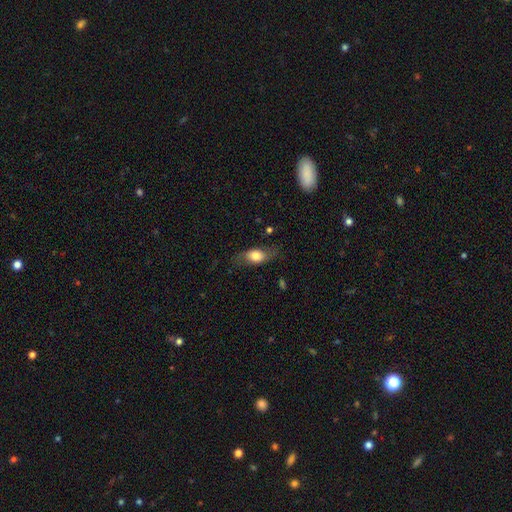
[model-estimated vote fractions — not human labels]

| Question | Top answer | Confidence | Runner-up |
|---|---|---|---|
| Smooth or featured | smooth | 62% | featured or disk (30%) |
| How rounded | in between | 77% | cigar-shaped (12%) |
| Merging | none | 69% | minor disturbance (20%) |